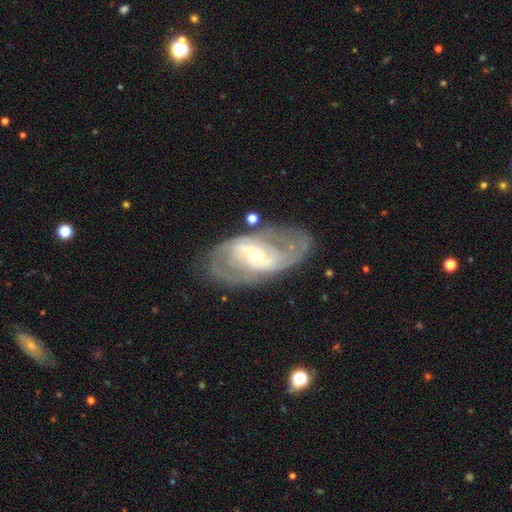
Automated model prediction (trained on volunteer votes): This appears to be a featured or disk galaxy (83%) with a weak bar (40%), 2 (60%) tight (42%) spiral arms (84%) and a small central bulge (55%). Merging: none (69%).